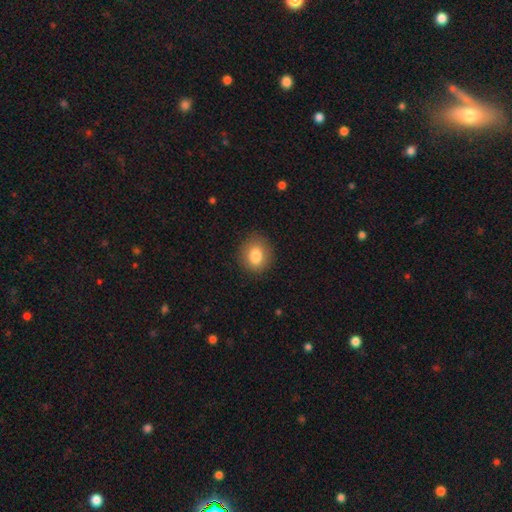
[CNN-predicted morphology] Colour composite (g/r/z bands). It shows a smooth galaxy with no disk features (82%) that is round (64%). Merging: none (86%).